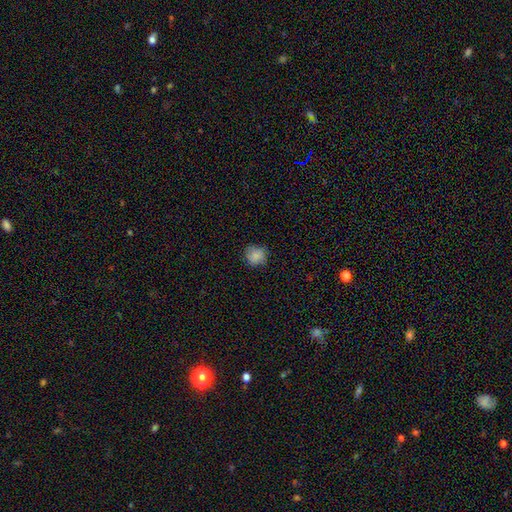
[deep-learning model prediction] Overall: smooth (85%). How rounded: round (87%). Merging: none (81%).